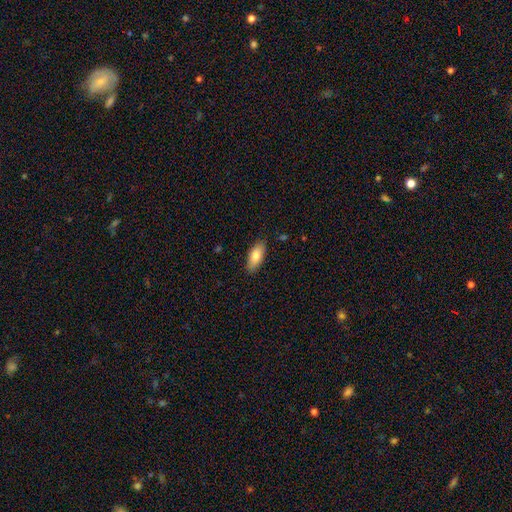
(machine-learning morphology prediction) Smooth or featured?
  - smooth: 80% *
  - featured or disk: 13%
  - star or artifact: 6%
How rounded?
  - in between: 83% *
  - cigar-shaped: 15%
  - round: 2%
Merging?
  - none: 86% *
  - minor disturbance: 11%
  - major disturbance: 2%
  - merger: 1%